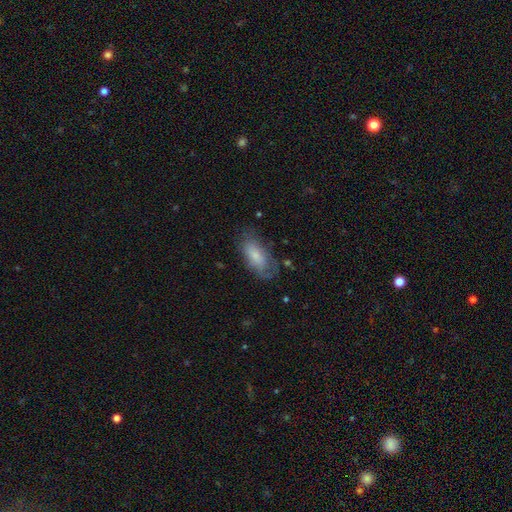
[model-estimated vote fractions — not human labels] The model was most divided on "merging": none: 58%, minor disturbance: 27%, major disturbance: 13%, merger: 2%. More confident: how rounded — in between (88%); smooth or featured — smooth (68%).